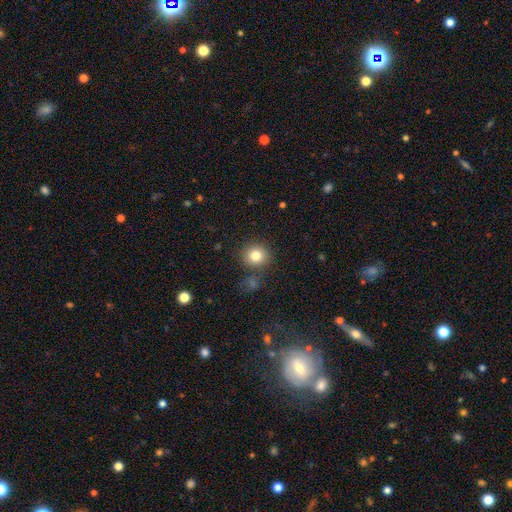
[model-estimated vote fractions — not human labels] Smooth or featured? smooth (82%)
How rounded? round (86%)
Merging? none (82%)